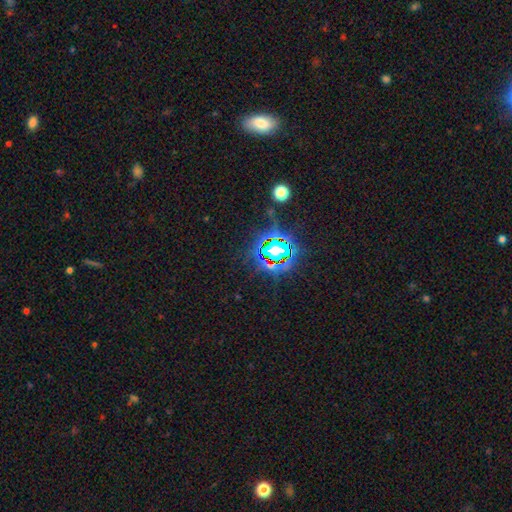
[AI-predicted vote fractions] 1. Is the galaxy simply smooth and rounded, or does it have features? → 78% star or artifact, 13% smooth, 8% featured or disk.